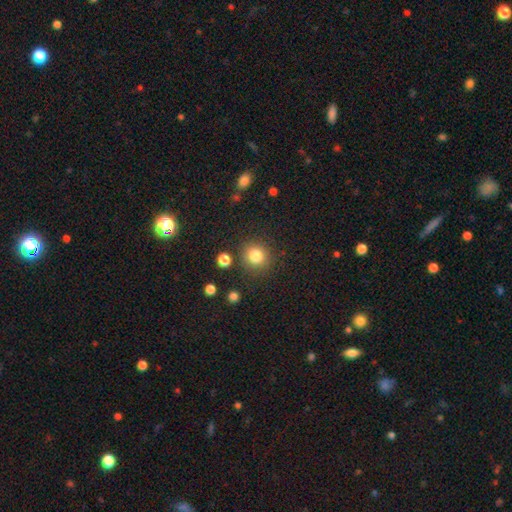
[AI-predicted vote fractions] Smooth or featured?
  - smooth: 83% *
  - star or artifact: 12%
  - featured or disk: 6%
How rounded?
  - round: 90% *
  - in between: 9%
  - cigar-shaped: 1%
Merging?
  - none: 86% *
  - minor disturbance: 8%
  - major disturbance: 3%
  - merger: 3%